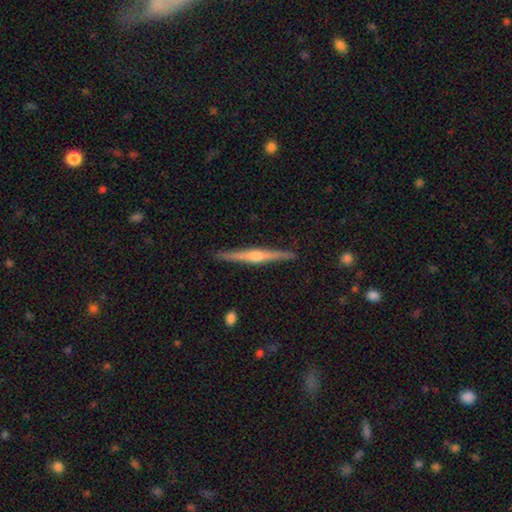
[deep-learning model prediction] This appears to be a featured or disk galaxy (81%) viewed edge-on (98%) with a rounded central bulge (88%). Merging: none (92%).